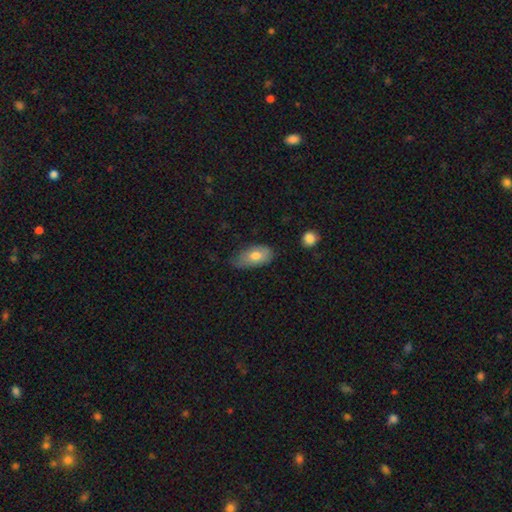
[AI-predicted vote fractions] Overall: smooth (75%). How rounded: in between (92%). Merging: none (50%; minor disturbance 39%).